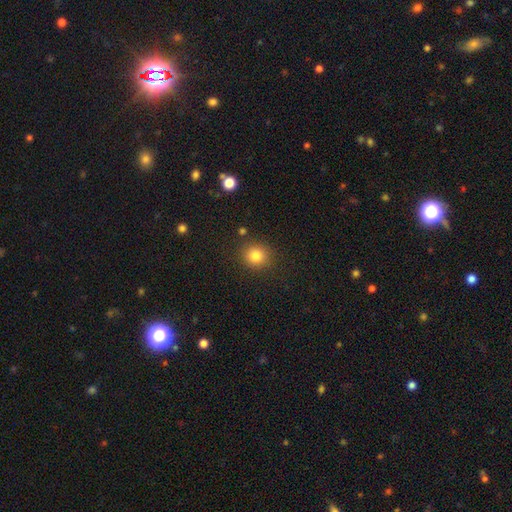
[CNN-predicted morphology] smooth 82%, star or artifact 12%, featured or disk 6%. Down the decision tree: how rounded — round (87%); merging — none (87%).